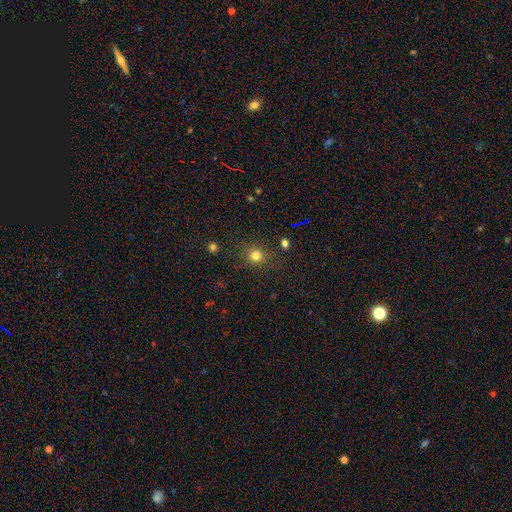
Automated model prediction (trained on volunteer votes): Smooth or featured? Predicted: smooth (p=0.78). How rounded? Predicted: round (p=0.86). Merging? Predicted: none (p=0.84).